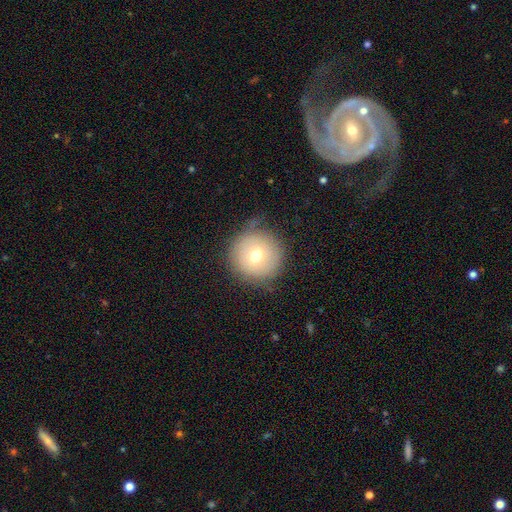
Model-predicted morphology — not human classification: smooth-or-featured: smooth: 69% | featured or disk: 20% | star or artifact: 11%
  how-rounded: round: 96% | in between: 3% | cigar-shaped: 1%
  merging: none: 78% | minor disturbance: 15% | major disturbance: 5% | merger: 2%